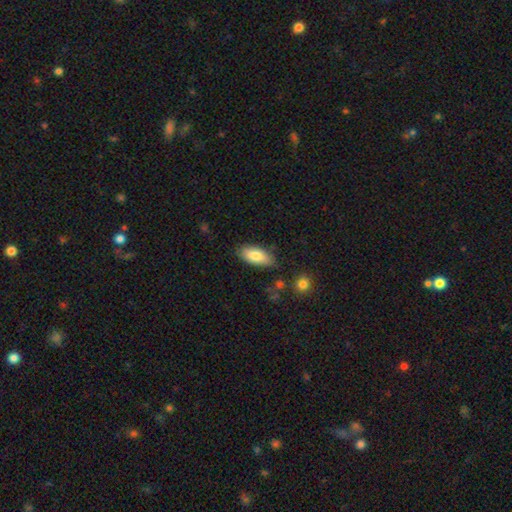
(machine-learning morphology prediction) smooth-or-featured: smooth: 81% | featured or disk: 13% | star or artifact: 6%
  how-rounded: in between: 87% | cigar-shaped: 11% | round: 2%
  merging: none: 78% | minor disturbance: 15% | major disturbance: 3% | merger: 3%